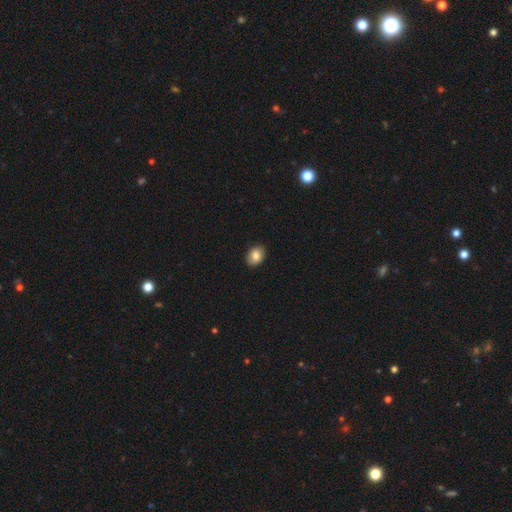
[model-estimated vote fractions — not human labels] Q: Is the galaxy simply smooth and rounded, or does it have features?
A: smooth — 85%.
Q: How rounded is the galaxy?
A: in between — 69%.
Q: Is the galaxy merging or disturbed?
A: none — 89%.